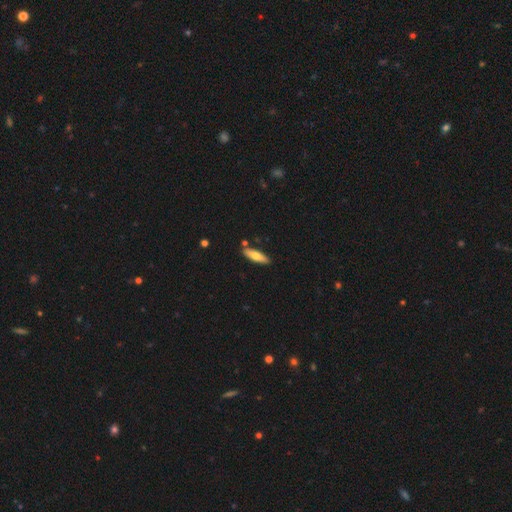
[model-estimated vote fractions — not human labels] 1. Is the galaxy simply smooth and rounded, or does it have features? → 68% smooth, 26% featured or disk, 6% star or artifact.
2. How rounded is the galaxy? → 59% cigar-shaped, 40% in between, 2% round.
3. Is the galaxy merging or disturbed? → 83% none, 11% minor disturbance, 5% merger, 2% major disturbance.